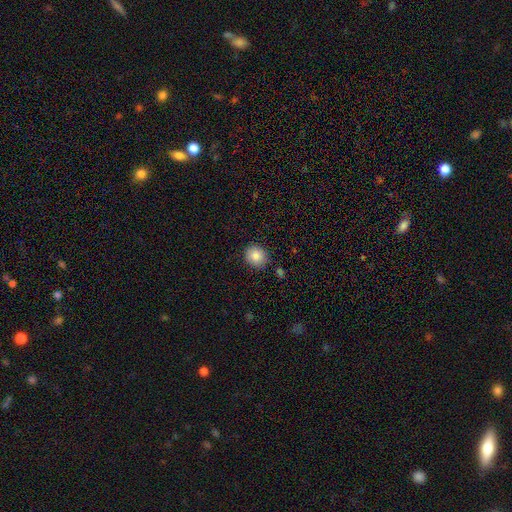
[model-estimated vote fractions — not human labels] A smooth galaxy with no disk features (86%) that is round (85%). Merging: none (87%).